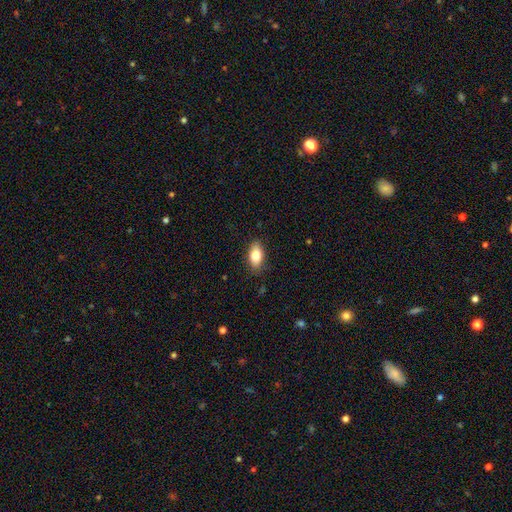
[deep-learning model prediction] Smooth or featured?
  - smooth: 81% *
  - featured or disk: 12%
  - star or artifact: 7%
How rounded?
  - in between: 89% *
  - round: 7%
  - cigar-shaped: 5%
Merging?
  - none: 85% *
  - minor disturbance: 12%
  - major disturbance: 2%
  - merger: 1%